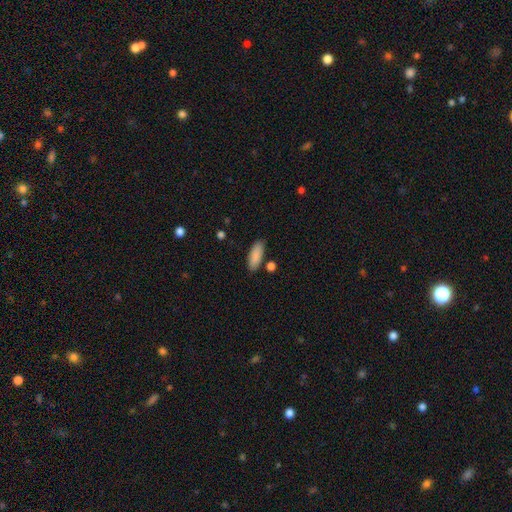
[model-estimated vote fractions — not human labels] Overall: smooth (88%). How rounded: in between (73%). Merging: none (83%).